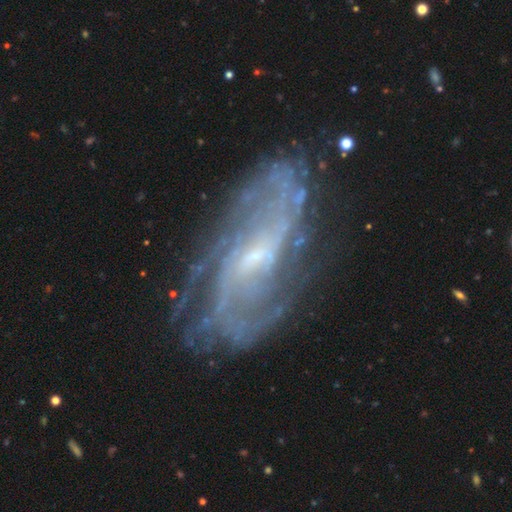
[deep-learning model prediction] Smooth or featured? featured or disk (86%)
Edge-on disk? no (94%)
Bar? weak (52%)
Spiral arms? yes (94%)
Spiral winding? medium (42%)
Spiral arm count? 2 (44%)
Bulge size? small (70%)
Merging? none (74%)